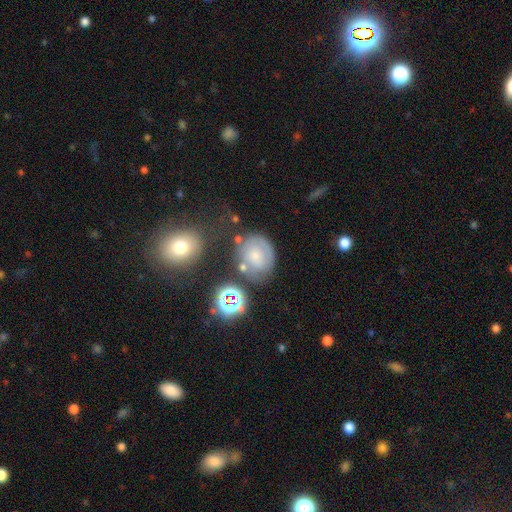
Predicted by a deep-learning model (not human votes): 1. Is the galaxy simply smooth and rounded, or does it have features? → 53% smooth, 33% featured or disk, 14% star or artifact.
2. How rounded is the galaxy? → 65% round, 34% in between, 1% cigar-shaped.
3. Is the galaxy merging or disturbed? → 56% none, 22% minor disturbance, 11% major disturbance, 11% merger.